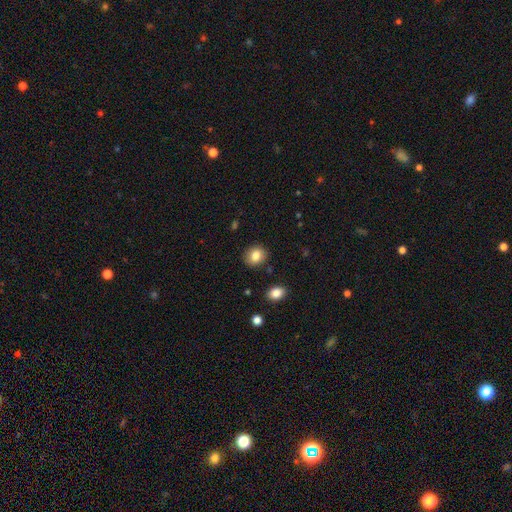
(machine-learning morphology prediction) Q: Smooth or featured?
A: smooth (84%); runner-up: star or artifact (9%)
Q: How rounded?
A: round (63%); runner-up: in between (36%)
Q: Merging?
A: none (87%); runner-up: minor disturbance (8%)